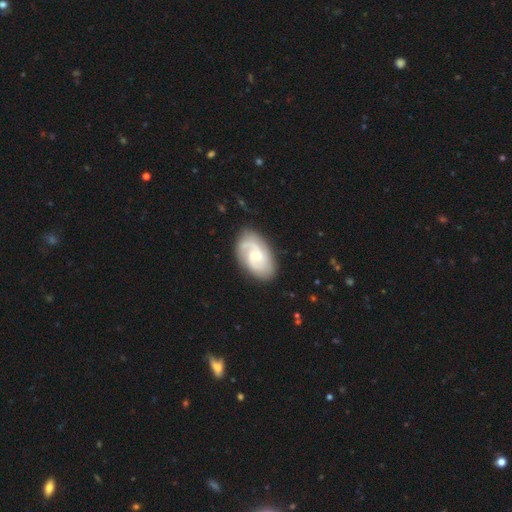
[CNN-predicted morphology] Smooth or featured? featured or disk (81%)
Edge-on disk? no (97%)
Bar? no (48%)
Spiral arms? yes (96%)
Spiral winding? medium (44%)
Spiral arm count? 2 (70%)
Bulge size? small (47%)
Merging? none (79%)